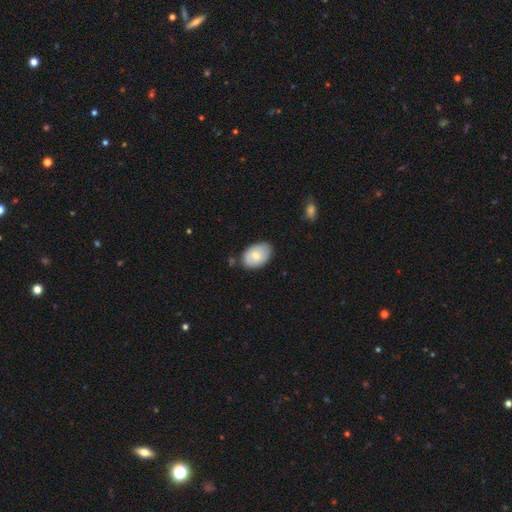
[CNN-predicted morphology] Overall: smooth (71%). How rounded: in between (88%). Merging: none (76%).